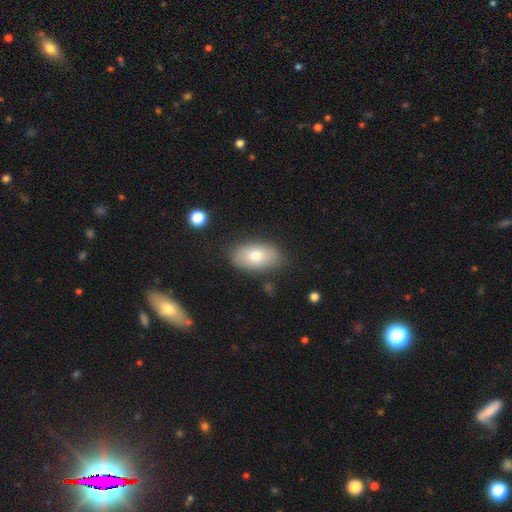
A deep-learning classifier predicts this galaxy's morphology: smooth_or_featured: smooth (p=0.75) [alt: featured or disk p=0.18]
how_rounded: in between (p=0.92) [alt: round p=0.06]
merging: none (p=0.82) [alt: minor disturbance p=0.13]